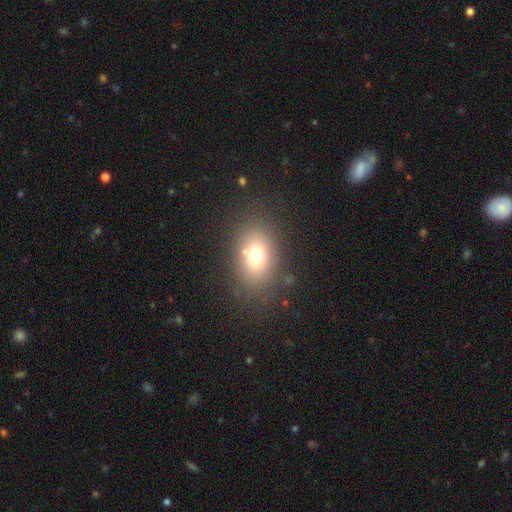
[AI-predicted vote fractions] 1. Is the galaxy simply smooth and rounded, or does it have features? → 71% smooth, 15% star or artifact, 13% featured or disk.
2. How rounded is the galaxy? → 67% in between, 31% round, 1% cigar-shaped.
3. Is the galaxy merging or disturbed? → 80% none, 11% minor disturbance, 7% major disturbance, 3% merger.